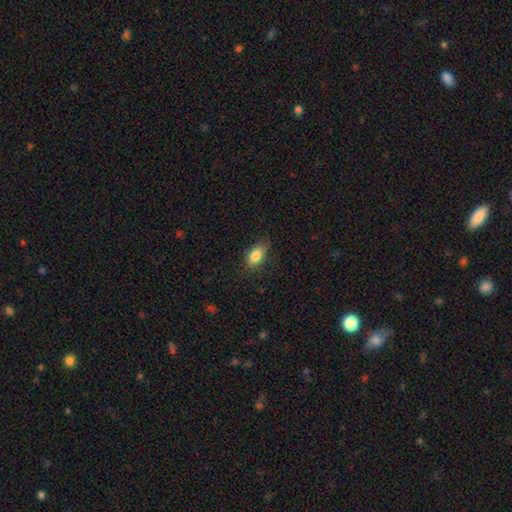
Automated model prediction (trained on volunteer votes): Overall: smooth (83%). How rounded: in between (87%). Merging: none (82%).